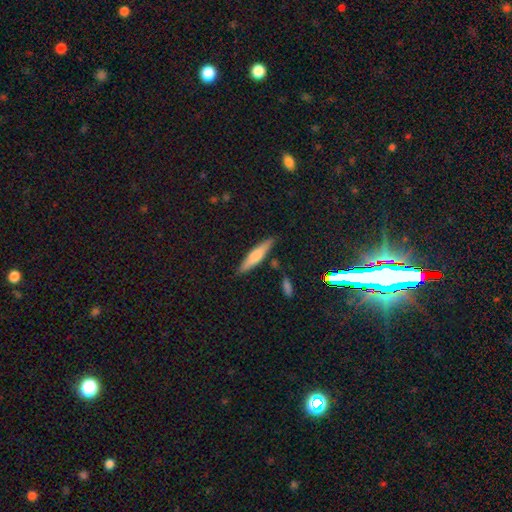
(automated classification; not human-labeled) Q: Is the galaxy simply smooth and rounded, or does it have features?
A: smooth — 64%.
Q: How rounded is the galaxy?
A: cigar-shaped — 83%.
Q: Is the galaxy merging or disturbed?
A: none — 84%.